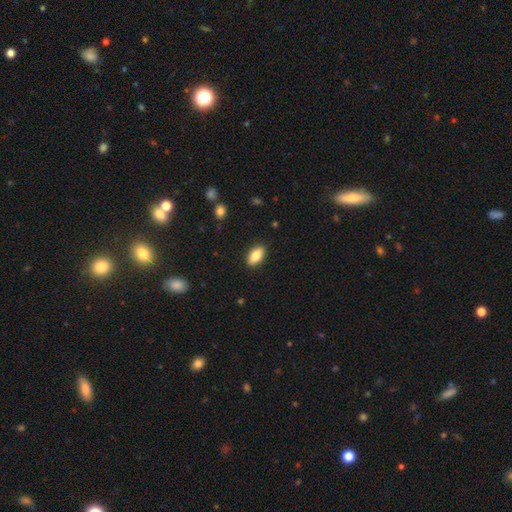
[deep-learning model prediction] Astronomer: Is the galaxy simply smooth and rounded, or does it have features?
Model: smooth — 82%.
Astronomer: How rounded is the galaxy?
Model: in between — 90%.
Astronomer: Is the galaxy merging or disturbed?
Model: none — 89%.